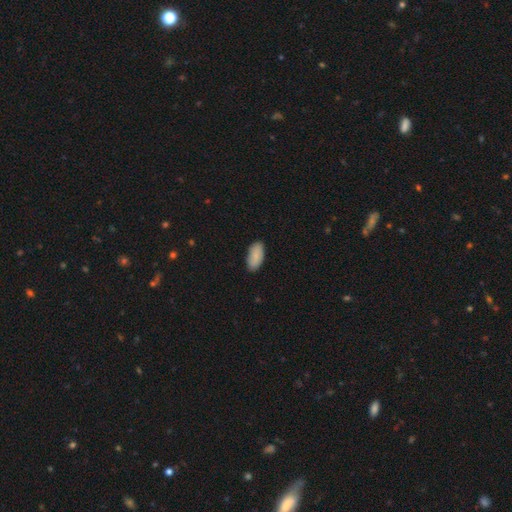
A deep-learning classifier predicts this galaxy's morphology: Q: Smooth or featured?
A: smooth (88%); runner-up: featured or disk (6%)
Q: How rounded?
A: in between (93%); runner-up: cigar-shaped (5%)
Q: Merging?
A: none (87%); runner-up: minor disturbance (10%)